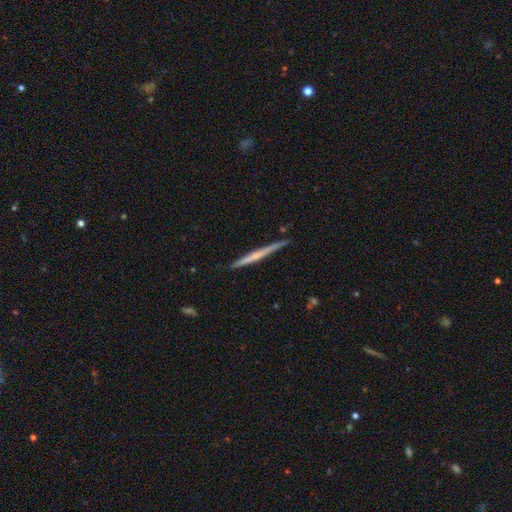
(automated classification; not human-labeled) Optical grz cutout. It shows a featured or disk galaxy (54%) viewed edge-on (98%) with no central bulge (76%). Merging: none (89%).